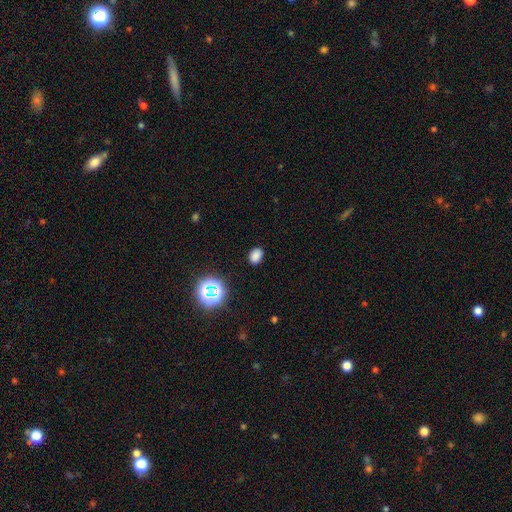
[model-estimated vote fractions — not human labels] This is likely a smooth galaxy (78%). How rounded: likely in between (74%). Merging: clearly none (87%).